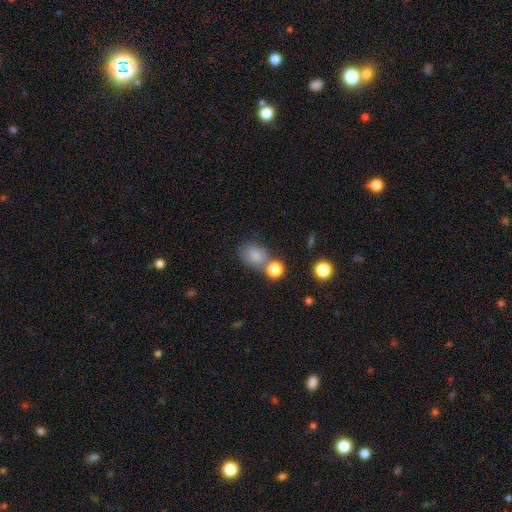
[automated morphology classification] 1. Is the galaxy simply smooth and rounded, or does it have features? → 79% smooth, 12% star or artifact, 9% featured or disk.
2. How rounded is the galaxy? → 56% in between, 43% round, 1% cigar-shaped.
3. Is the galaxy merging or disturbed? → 55% none, 25% merger, 15% minor disturbance, 6% major disturbance.